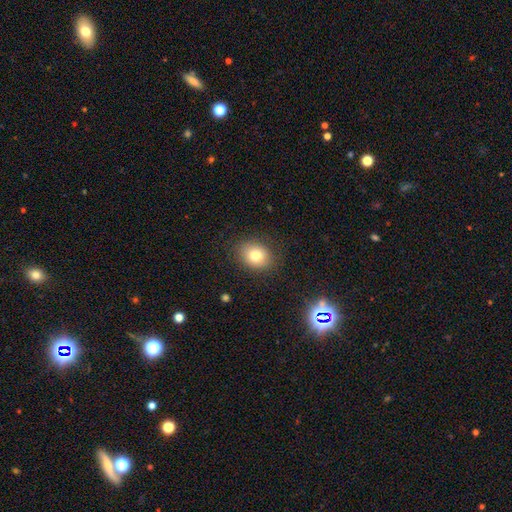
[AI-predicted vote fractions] This is likely a smooth galaxy (78%). How rounded: possibly in between (52%). Merging: clearly none (85%).